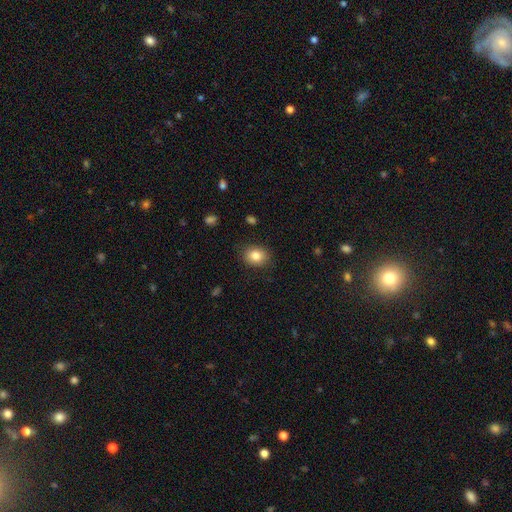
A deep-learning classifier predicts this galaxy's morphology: Smooth or featured?
  - smooth: 84% *
  - star or artifact: 9%
  - featured or disk: 7%
How rounded?
  - in between: 51% *
  - round: 49%
  - cigar-shaped: 1%
Merging?
  - none: 86% *
  - minor disturbance: 10%
  - major disturbance: 3%
  - merger: 1%